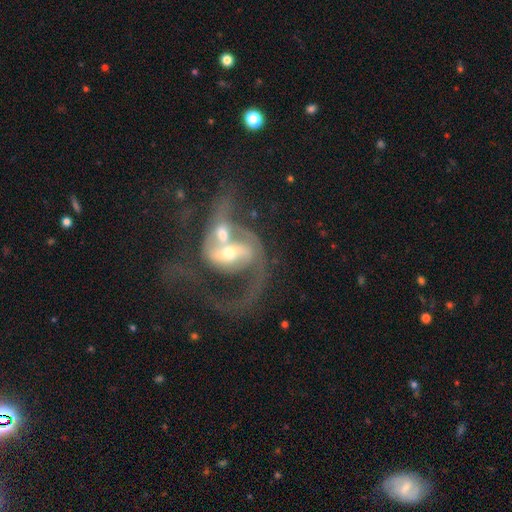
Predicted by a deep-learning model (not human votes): smooth_or_featured: featured or disk (p=0.84) [alt: smooth p=0.09]
disk_edge_on: no (p=0.97) [alt: yes p=0.03]
bar: weak (p=0.41) [alt: no p=0.38]
has_spiral_arms: yes (p=0.88) [alt: no p=0.12]
spiral_winding: loose (p=0.51) [alt: medium p=0.38]
spiral_arm_count: 2 (p=0.59) [alt: 1 p=0.23]
bulge_size: moderate (p=0.51) [alt: small p=0.37]
merging: merger (p=0.67) [alt: major disturbance p=0.16]